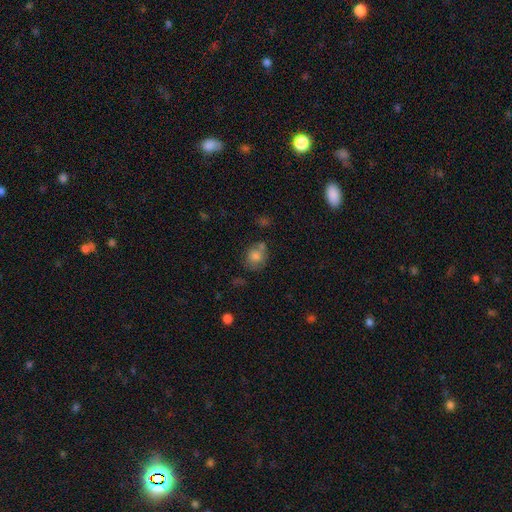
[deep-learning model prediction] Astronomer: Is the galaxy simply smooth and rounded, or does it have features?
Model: smooth — 76%.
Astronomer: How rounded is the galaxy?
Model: round — 68%.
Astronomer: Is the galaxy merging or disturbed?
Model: none — 56%.